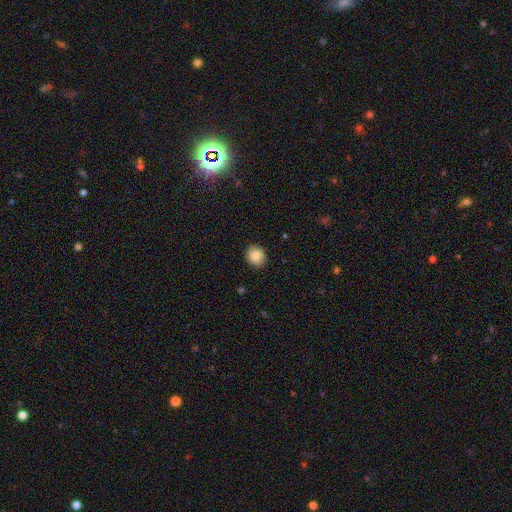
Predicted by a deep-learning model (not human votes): A smooth galaxy with no disk features (87%) that is round (65%). Merging: none (87%).